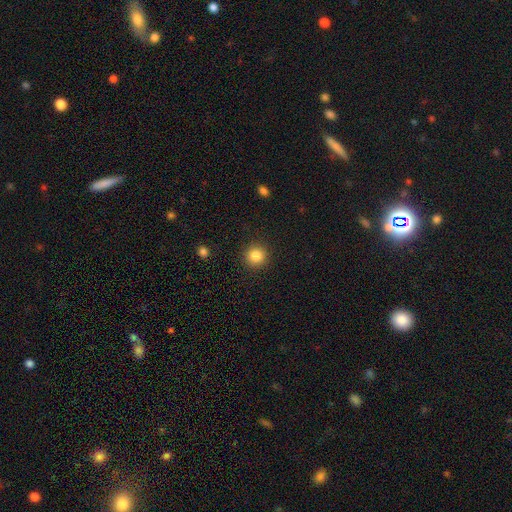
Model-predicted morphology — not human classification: smooth_or_featured: smooth (p=0.85) [alt: star or artifact p=0.11]
how_rounded: round (p=0.94) [alt: in between p=0.05]
merging: none (p=0.91) [alt: minor disturbance p=0.05]